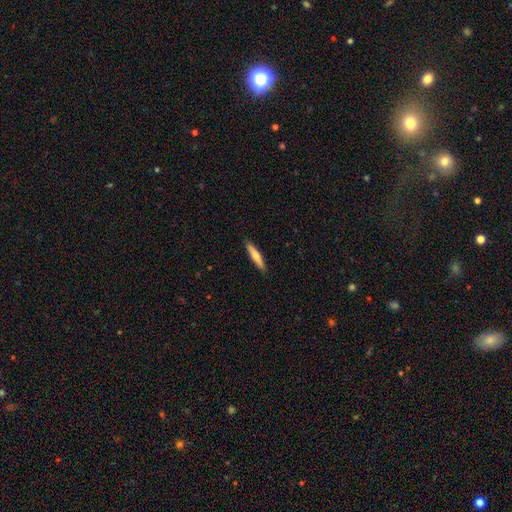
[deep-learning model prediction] A smooth galaxy with no disk features (64%) that is cigar-shaped (89%). Merging: none (91%).